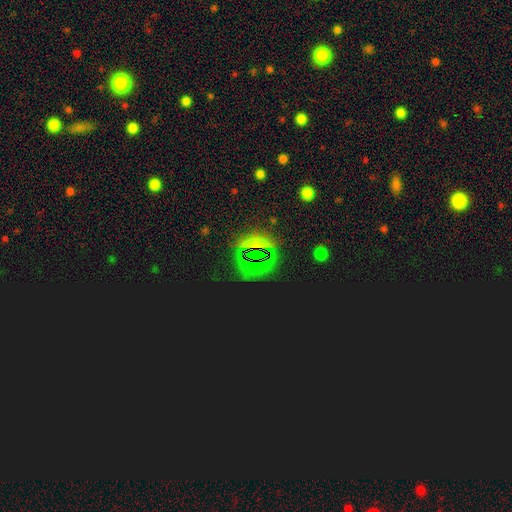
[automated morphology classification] Overall: star or artifact (79%).